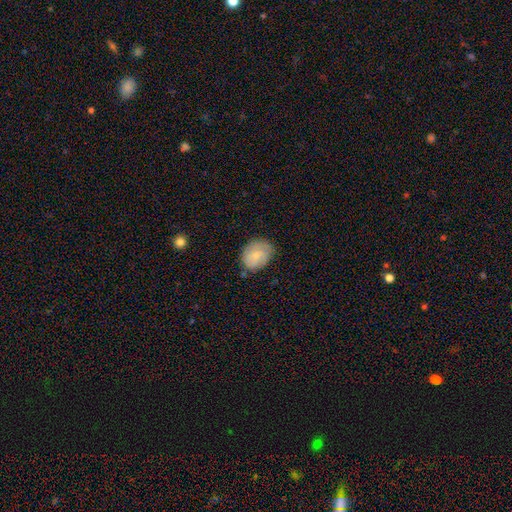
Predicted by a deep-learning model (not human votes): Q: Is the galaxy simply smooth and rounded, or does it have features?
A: smooth — 70%.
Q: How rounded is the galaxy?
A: in between — 54%.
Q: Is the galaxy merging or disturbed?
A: none — 70%.